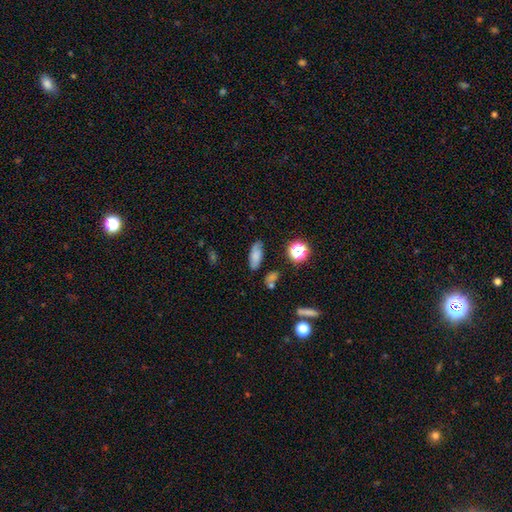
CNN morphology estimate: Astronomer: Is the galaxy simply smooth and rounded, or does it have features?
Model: smooth — 75%.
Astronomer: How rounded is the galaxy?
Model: in between — 74%.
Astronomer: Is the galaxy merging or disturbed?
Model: none — 78%.